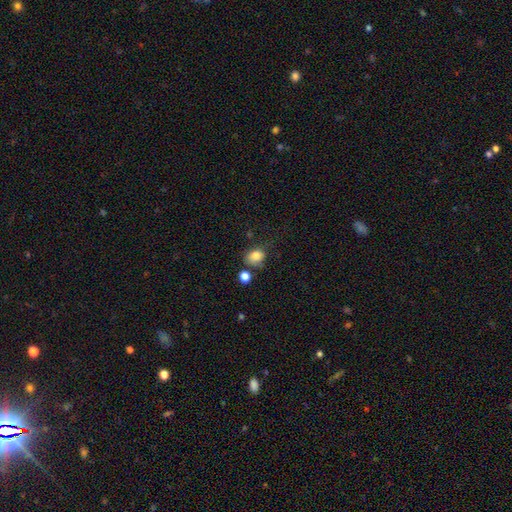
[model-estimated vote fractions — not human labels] smooth 82%, star or artifact 11%, featured or disk 7%. Down the decision tree: how rounded — in between (53%); merging — none (56%).